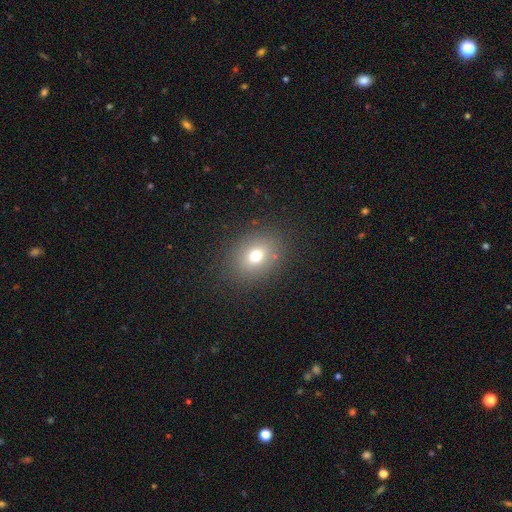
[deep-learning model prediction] Overall: smooth (71%). How rounded: round (52%; in between 47%). Merging: none (85%).